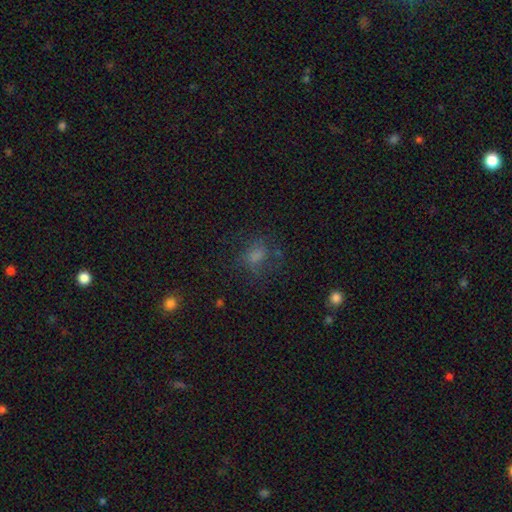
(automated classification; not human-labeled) smooth_or_featured: smooth (p=0.61) [alt: star or artifact p=0.20]
how_rounded: in between (p=0.54) [alt: round p=0.44]
merging: none (p=0.56) [alt: minor disturbance p=0.21]